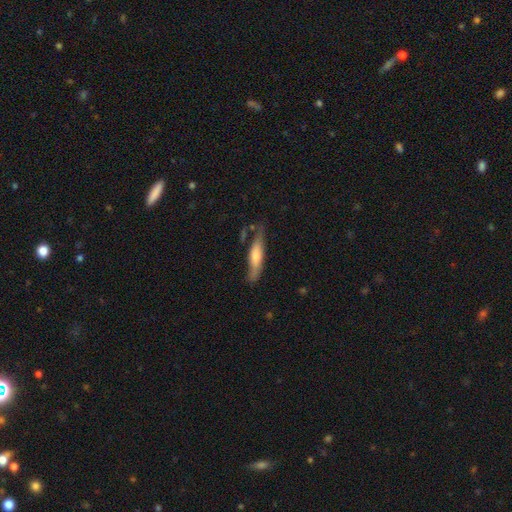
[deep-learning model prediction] smooth-or-featured: smooth: 53% | featured or disk: 42% | star or artifact: 6%
  how-rounded: cigar-shaped: 79% | in between: 20% | round: 2%
  merging: none: 65% | minor disturbance: 24% | major disturbance: 7% | merger: 4%